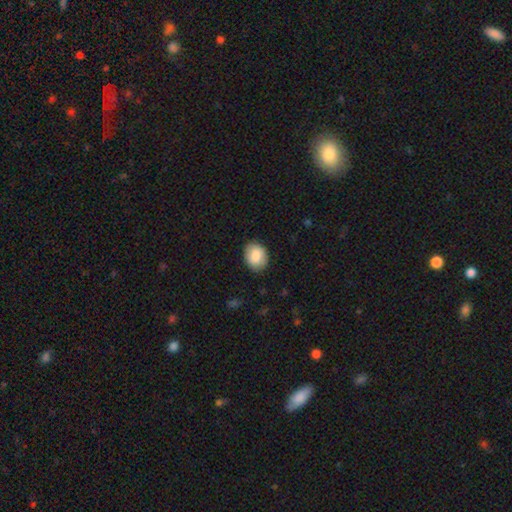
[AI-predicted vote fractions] smooth-or-featured: smooth: 82% | featured or disk: 11% | star or artifact: 7%
  how-rounded: in between: 63% | round: 36% | cigar-shaped: 1%
  merging: none: 86% | minor disturbance: 11% | major disturbance: 2% | merger: 1%